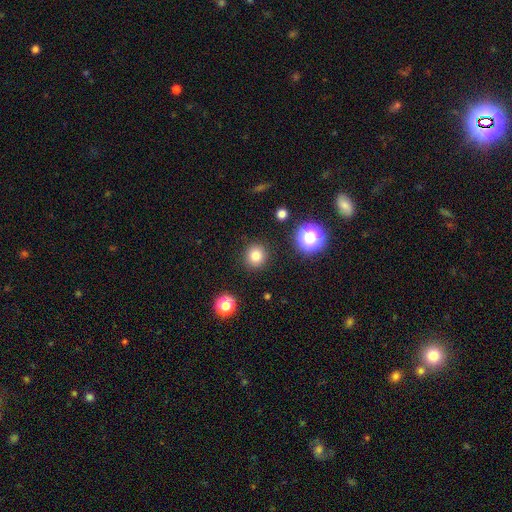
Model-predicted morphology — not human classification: Smooth or featured?
  - smooth: 80% *
  - star or artifact: 14%
  - featured or disk: 6%
How rounded?
  - round: 91% *
  - in between: 8%
  - cigar-shaped: 1%
Merging?
  - none: 90% *
  - minor disturbance: 6%
  - major disturbance: 2%
  - merger: 2%